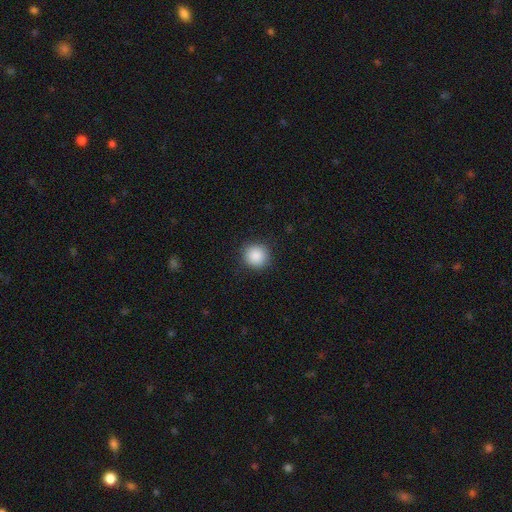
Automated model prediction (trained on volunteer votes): Smooth or featured?
  - smooth: 89% *
  - star or artifact: 8%
  - featured or disk: 3%
How rounded?
  - round: 91% *
  - in between: 8%
  - cigar-shaped: 1%
Merging?
  - none: 90% *
  - minor disturbance: 7%
  - major disturbance: 2%
  - merger: 1%